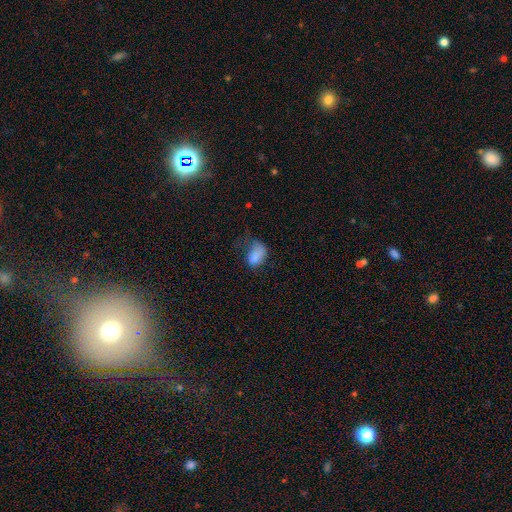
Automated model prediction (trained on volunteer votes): smooth 74%, featured or disk 15%, star or artifact 11%. Down the decision tree: how rounded — in between (85%); merging — major disturbance (47%).